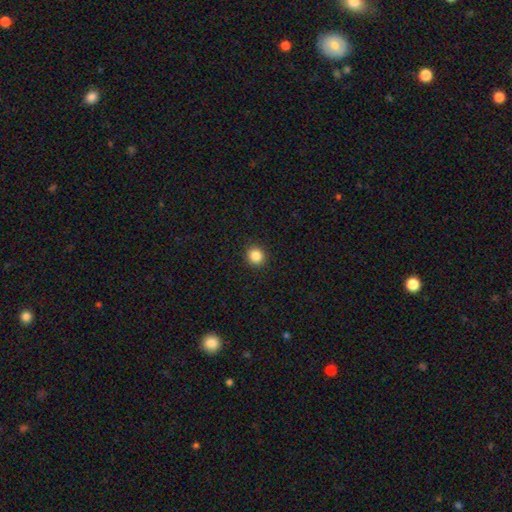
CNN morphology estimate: Smooth or featured? smooth (86%)
How rounded? round (89%)
Merging? none (92%)